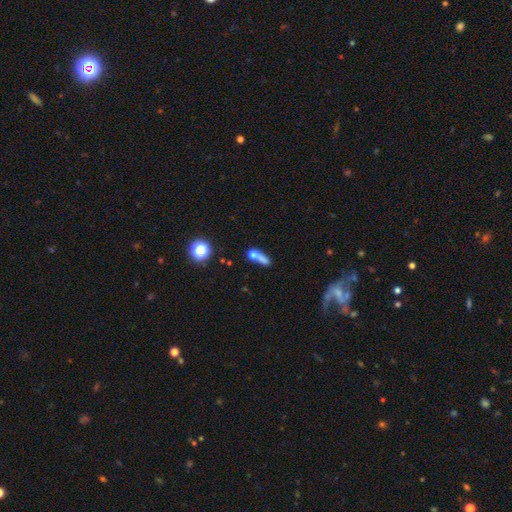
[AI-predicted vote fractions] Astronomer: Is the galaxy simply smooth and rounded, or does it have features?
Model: smooth — 62%.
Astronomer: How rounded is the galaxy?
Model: in between — 36% (runner-up: cigar-shaped, 33%).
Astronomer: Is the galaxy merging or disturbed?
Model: merger — 42% (runner-up: none, 31%).